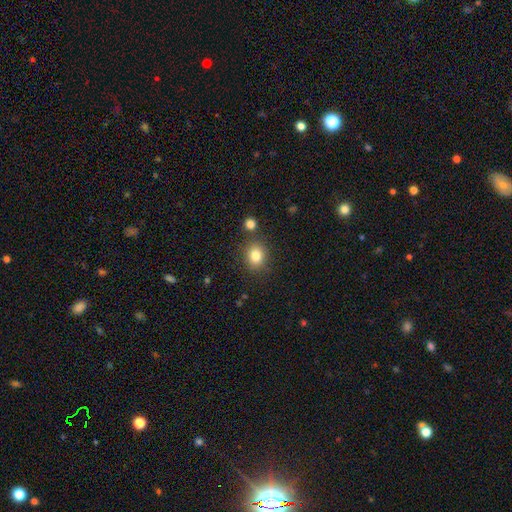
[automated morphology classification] The model was most divided on "how rounded": round: 65%, in between: 35%, cigar-shaped: 1%. More confident: smooth or featured — smooth (82%); merging — none (81%).